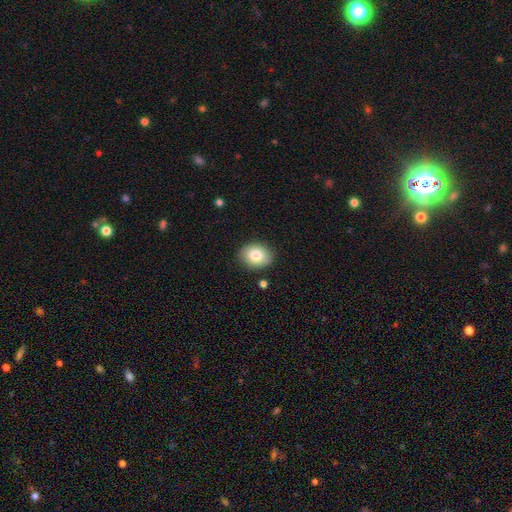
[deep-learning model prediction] smooth_or_featured: smooth (p=0.81) [alt: featured or disk p=0.11]
how_rounded: in between (p=0.63) [alt: round p=0.36]
merging: none (p=0.86) [alt: minor disturbance p=0.10]